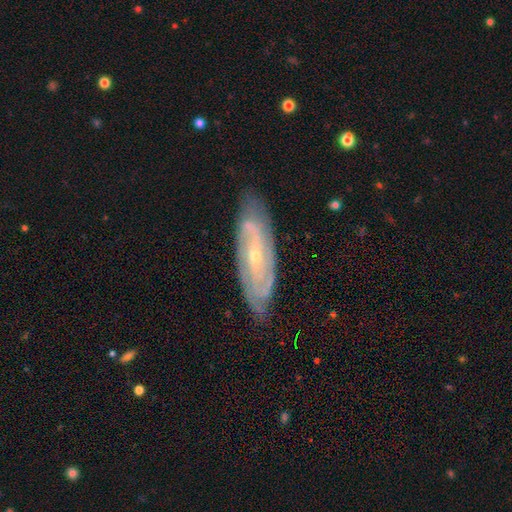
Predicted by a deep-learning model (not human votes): This appears to be a featured or disk galaxy (86%) with no bar (41%), 2 (42%) tight (61%) spiral arms (96%) and a small central bulge (72%). Merging: none (78%).